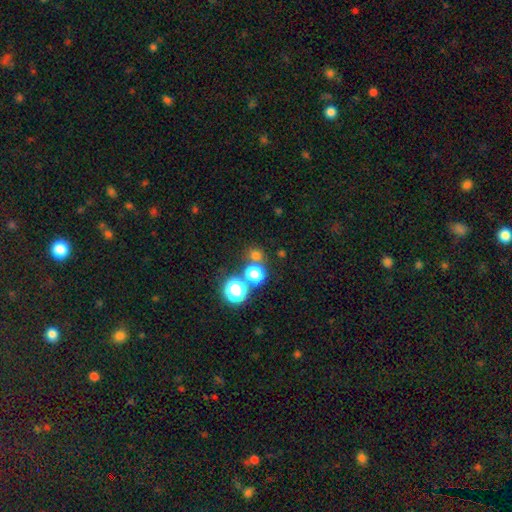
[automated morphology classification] type=smooth (71%); roundness=round (88%); merging=none (65%).